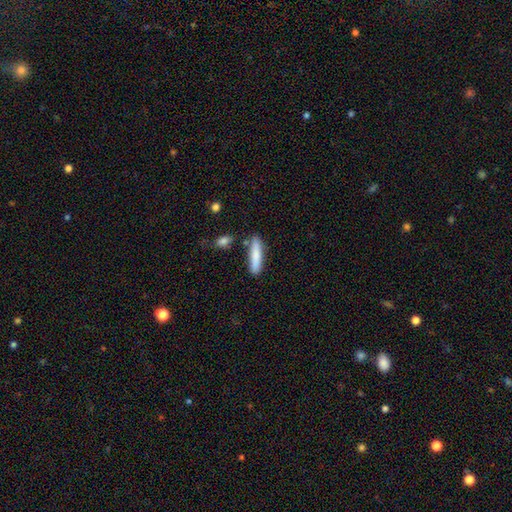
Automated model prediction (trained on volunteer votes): Smooth or featured?
  - smooth: 81% *
  - featured or disk: 13%
  - star or artifact: 6%
How rounded?
  - cigar-shaped: 84% *
  - in between: 14%
  - round: 2%
Merging?
  - none: 81% *
  - minor disturbance: 11%
  - merger: 5%
  - major disturbance: 2%